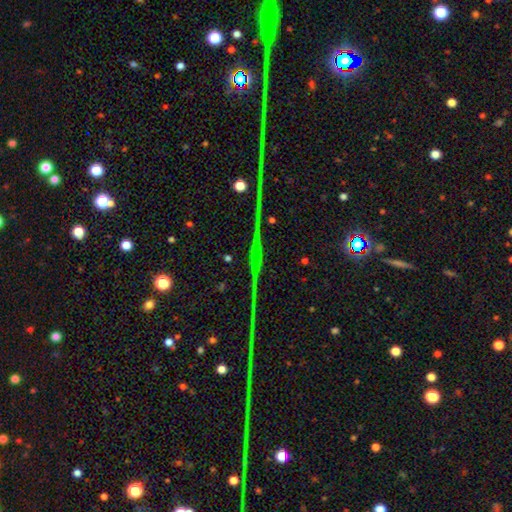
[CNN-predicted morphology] smooth-or-featured: star or artifact: 59% | featured or disk: 29% | smooth: 11%